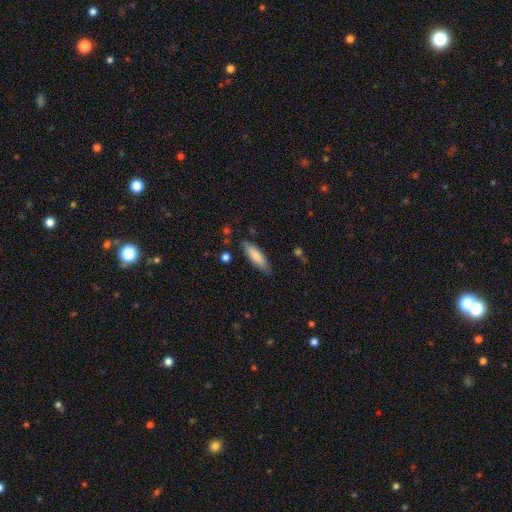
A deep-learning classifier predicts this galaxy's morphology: A smooth galaxy with no disk features (83%) that is cigar-shaped (51%). Merging: none (81%).